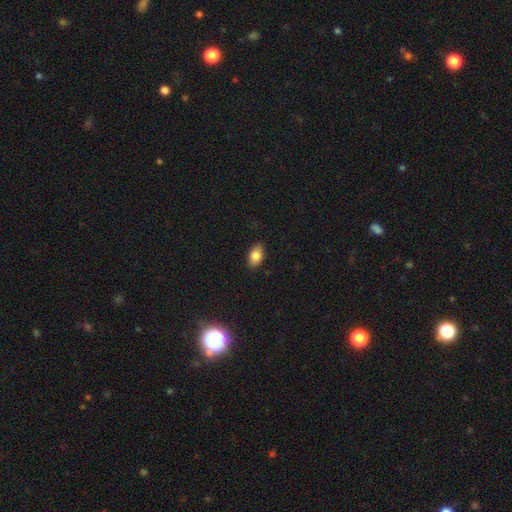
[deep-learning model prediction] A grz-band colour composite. It shows a smooth galaxy with no disk features (83%) that is in between round and cigar-shaped (89%). Merging: none (87%).